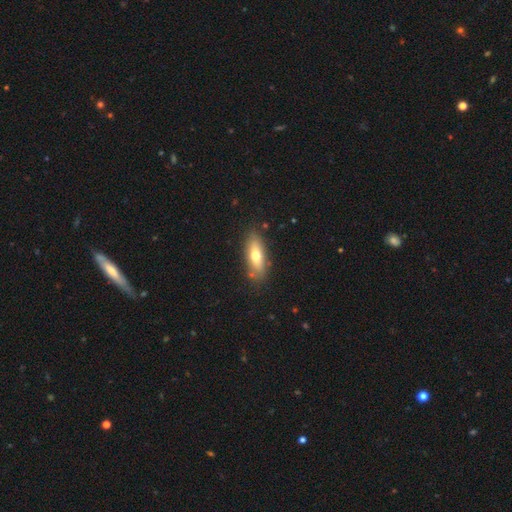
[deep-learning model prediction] Smooth or featured? smooth (66%)
How rounded? in between (68%)
Merging? none (80%)